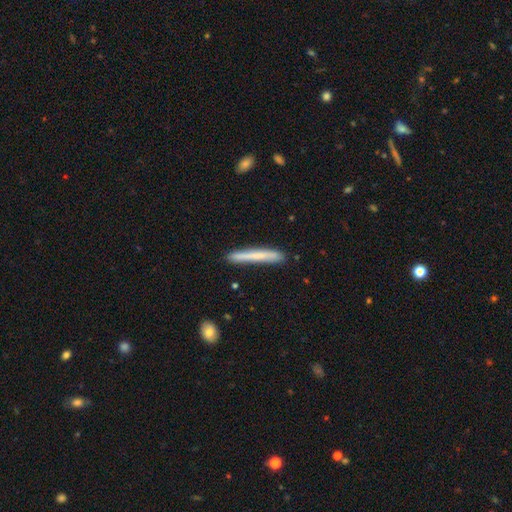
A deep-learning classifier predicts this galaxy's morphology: smooth_or_featured: smooth (p=0.67) [alt: featured or disk p=0.27]
how_rounded: cigar-shaped (p=0.97) [alt: in between p=0.02]
merging: none (p=0.87) [alt: minor disturbance p=0.10]